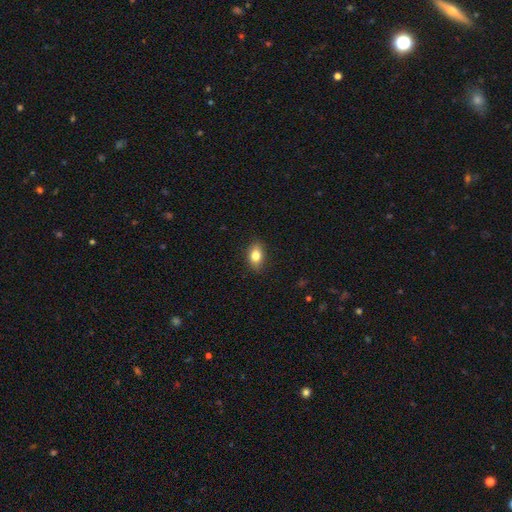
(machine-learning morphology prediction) Smooth or featured?
  - smooth: 80% *
  - featured or disk: 11%
  - star or artifact: 9%
How rounded?
  - in between: 79% *
  - round: 19%
  - cigar-shaped: 3%
Merging?
  - none: 85% *
  - minor disturbance: 11%
  - major disturbance: 2%
  - merger: 1%